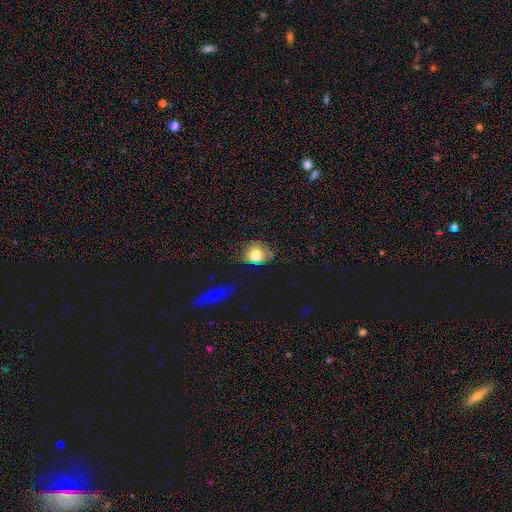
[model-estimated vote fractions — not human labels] The model was most divided on "how rounded": round: 59%, in between: 39%, cigar-shaped: 2%. More confident: smooth or featured — smooth (72%); merging — none (52%).